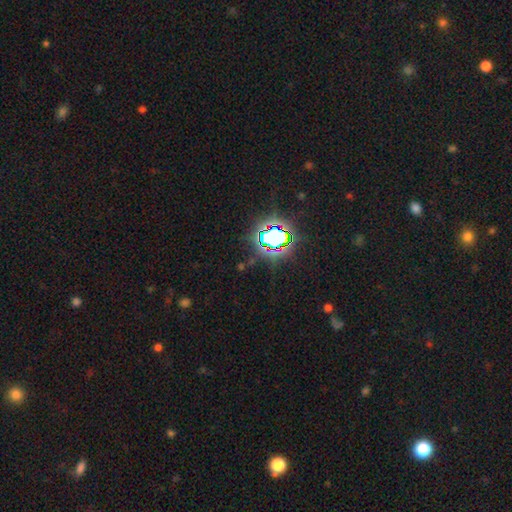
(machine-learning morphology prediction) smooth-or-featured: star or artifact: 77% | smooth: 14% | featured or disk: 9%